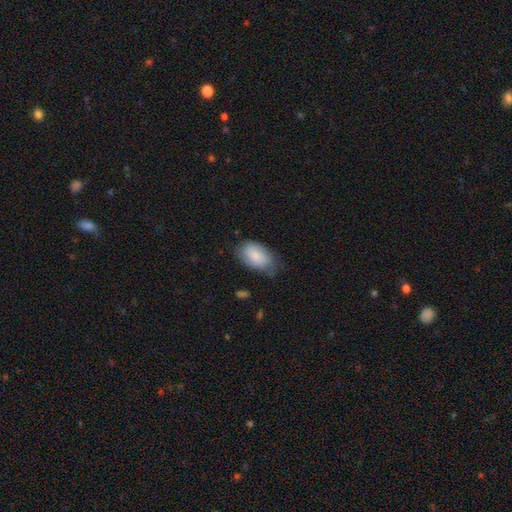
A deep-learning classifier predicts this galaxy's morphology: Overall: smooth (81%). How rounded: in between (92%). Merging: none (56%; minor disturbance 34%).